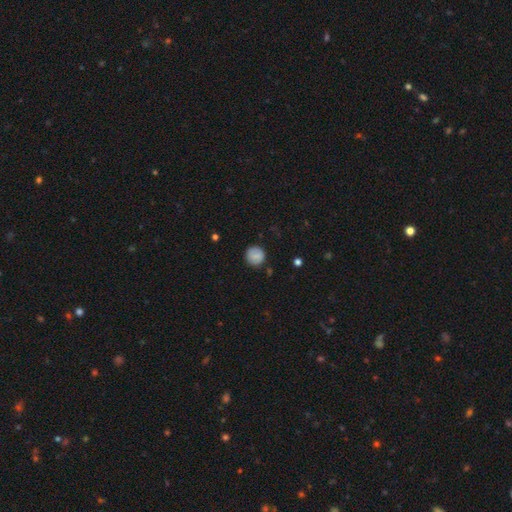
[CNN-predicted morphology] type=smooth (81%); roundness=round (93%); merging=none (85%).